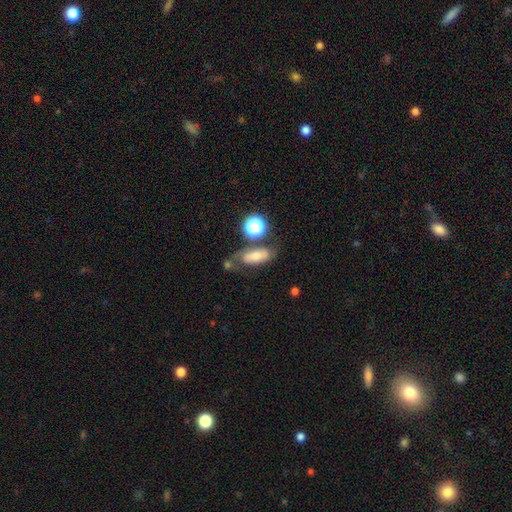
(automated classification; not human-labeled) Overall: smooth (58%; featured or disk 28%). How rounded: in between (72%). Merging: none (49%; minor disturbance 21%).